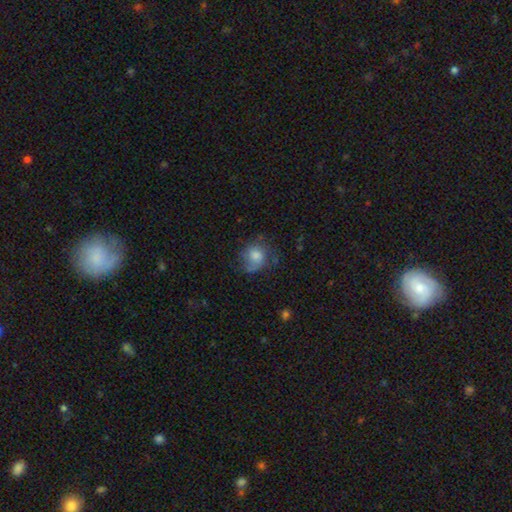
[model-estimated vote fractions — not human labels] Morphology: type=smooth (61%); roundness=round (67%); merging=none (51%).